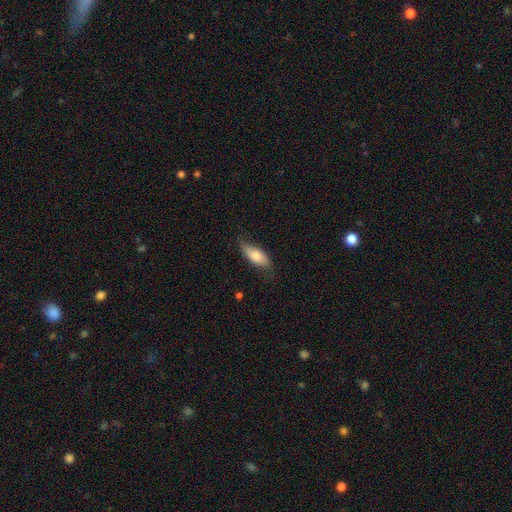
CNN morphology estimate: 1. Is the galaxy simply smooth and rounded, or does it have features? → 72% smooth, 22% featured or disk, 6% star or artifact.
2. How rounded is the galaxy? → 78% in between, 19% cigar-shaped, 3% round.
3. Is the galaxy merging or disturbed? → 67% none, 26% minor disturbance, 6% major disturbance, 1% merger.